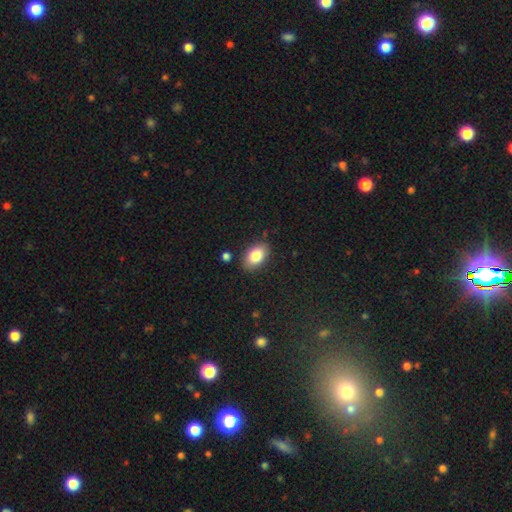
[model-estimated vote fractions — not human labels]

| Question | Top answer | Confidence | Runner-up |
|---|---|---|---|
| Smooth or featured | smooth | 83% | featured or disk (10%) |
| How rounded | in between | 90% | round (8%) |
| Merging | none | 85% | minor disturbance (11%) |